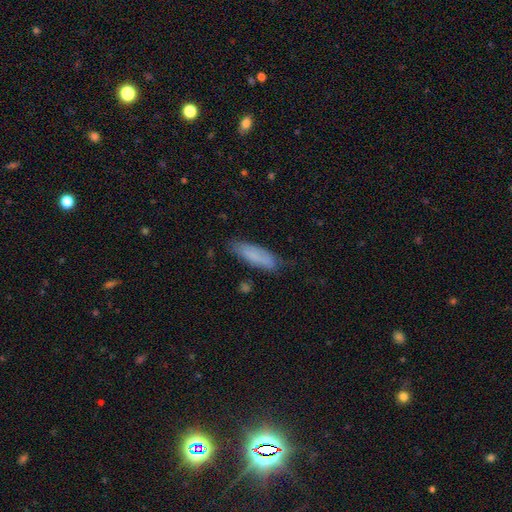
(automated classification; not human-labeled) A smooth galaxy with no disk features (76%) that is cigar-shaped (59%).

Vote fractions:
- Smooth or featured? smooth: 76% / featured or disk: 17% / star or artifact: 7%
- How rounded? cigar-shaped: 59% / in between: 39% / round: 2%
- Merging? none: 70% / minor disturbance: 22% / major disturbance: 5% / merger: 2%